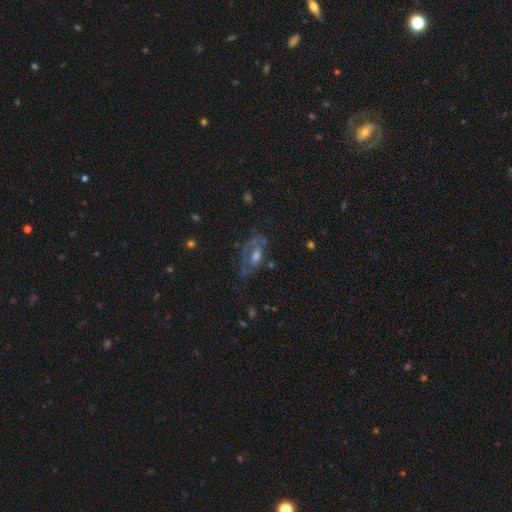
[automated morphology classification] Smooth or featured? Predicted: featured or disk (p=0.63). Edge-on disk? Predicted: no (p=0.88). Bar? Predicted: no (p=0.64). Spiral arms? Predicted: yes (p=0.51). Bulge size? Predicted: moderate (p=0.52). Merging? Predicted: none (p=0.56).